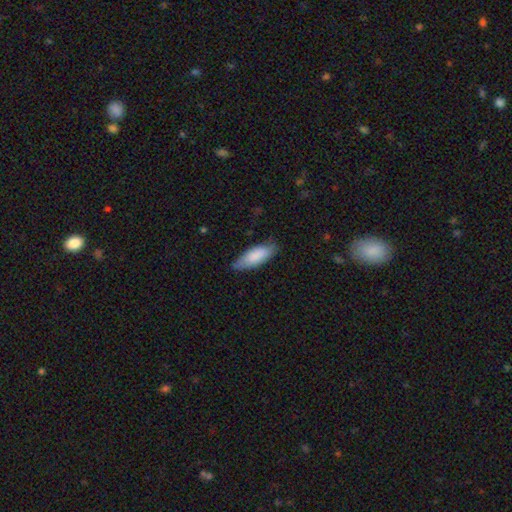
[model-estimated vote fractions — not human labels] Q: Smooth or featured?
A: smooth (84%); runner-up: featured or disk (10%)
Q: How rounded?
A: in between (72%); runner-up: cigar-shaped (27%)
Q: Merging?
A: none (74%); runner-up: minor disturbance (21%)